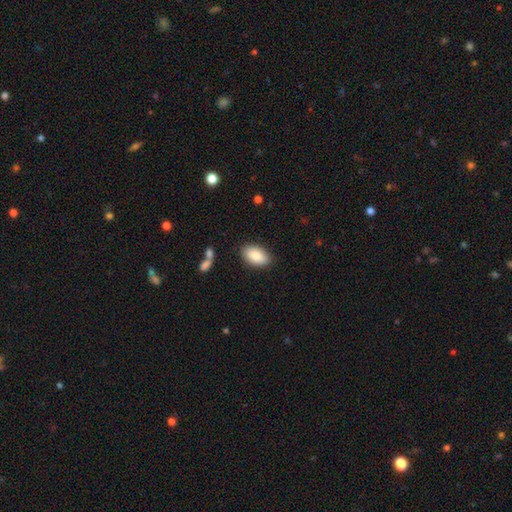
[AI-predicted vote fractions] Smooth or featured? smooth (89%)
How rounded? in between (94%)
Merging? none (85%)